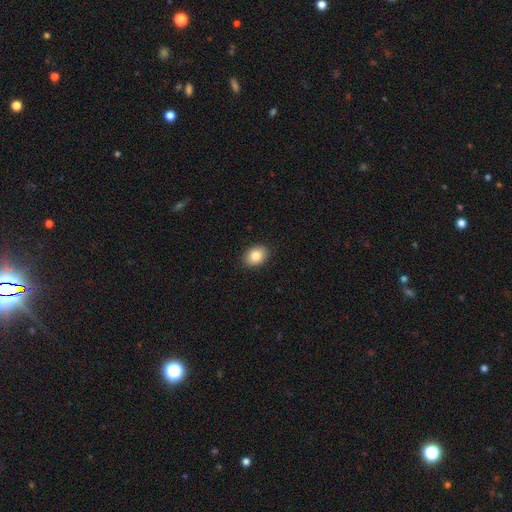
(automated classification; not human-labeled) Smooth or featured: smooth — 85% (star or artifact — 8%)
How rounded: in between — 72% (round — 27%)
Merging: none — 90% (minor disturbance — 7%)